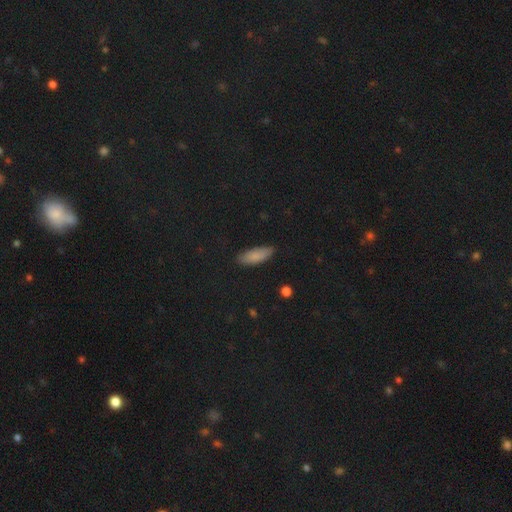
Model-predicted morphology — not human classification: The model was most divided on "how rounded": in between: 72%, cigar-shaped: 26%, round: 2%. More confident: smooth or featured — smooth (82%); merging — none (81%).